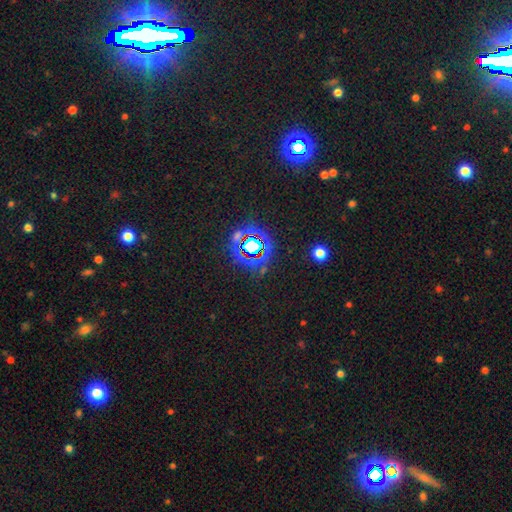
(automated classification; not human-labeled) smooth_or_featured: star or artifact (p=0.80) [alt: smooth p=0.11]